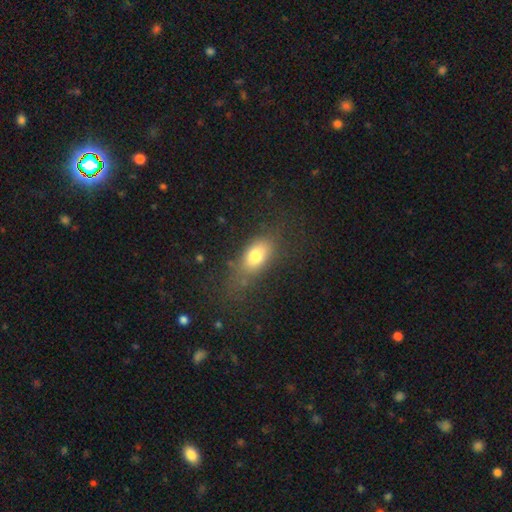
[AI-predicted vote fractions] Overall: smooth (76%). How rounded: in between (83%). Merging: none (64%).